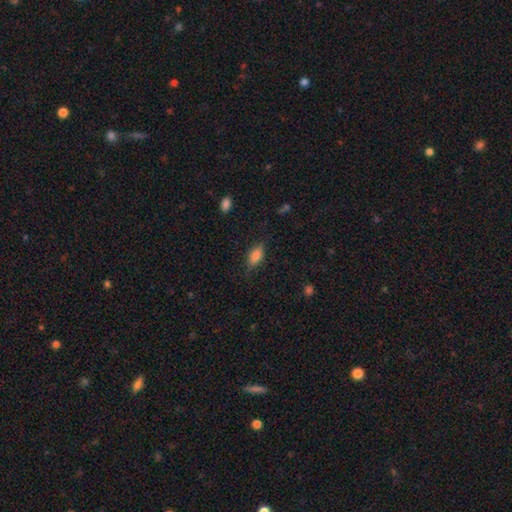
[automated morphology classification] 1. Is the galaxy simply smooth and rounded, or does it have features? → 76% smooth, 15% featured or disk, 9% star or artifact.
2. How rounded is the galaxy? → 80% in between, 15% cigar-shaped, 4% round.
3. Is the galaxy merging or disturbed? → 78% none, 16% minor disturbance, 4% major disturbance, 1% merger.